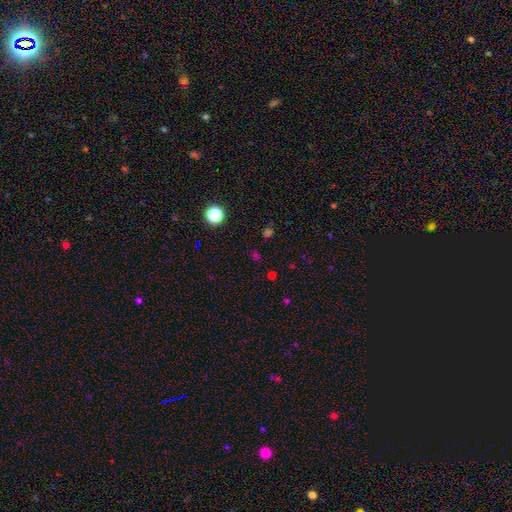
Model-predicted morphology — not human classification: A star or artifact, not a galaxy (48%).

Vote fractions:
- Smooth or featured? star or artifact: 48% / smooth: 46% / featured or disk: 6%